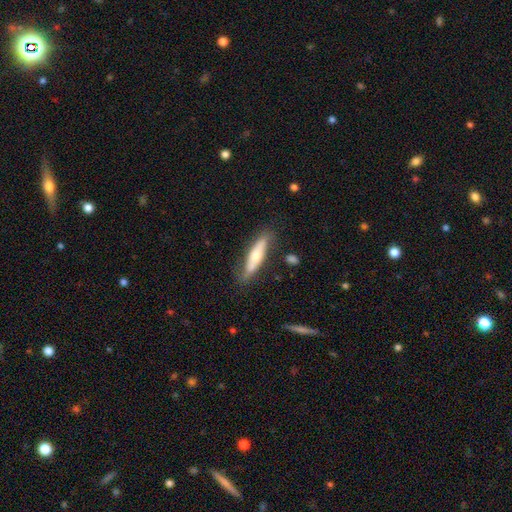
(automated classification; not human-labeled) Overall: smooth (47%; featured or disk 46%). Merging: none (79%).